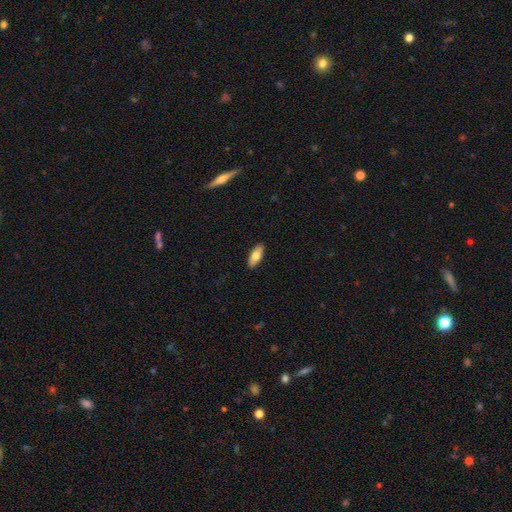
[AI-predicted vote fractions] Smooth or featured?
  - smooth: 76% *
  - featured or disk: 18%
  - star or artifact: 6%
How rounded?
  - in between: 79% *
  - cigar-shaped: 19%
  - round: 2%
Merging?
  - none: 90% *
  - minor disturbance: 7%
  - major disturbance: 2%
  - merger: 1%